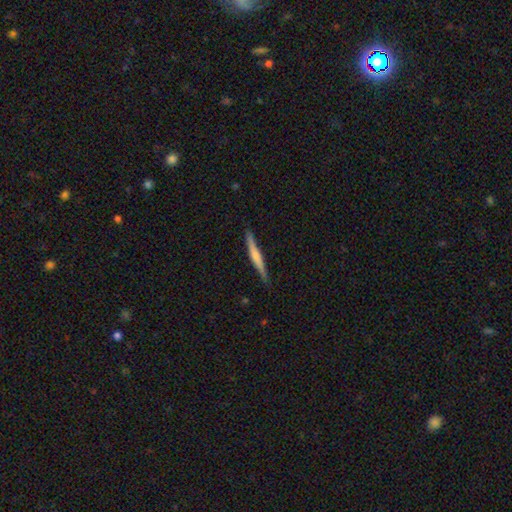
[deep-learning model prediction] smooth-or-featured: featured or disk: 48% | smooth: 47% | star or artifact: 5%
  merging: none: 87% | minor disturbance: 10% | major disturbance: 2% | merger: 1%